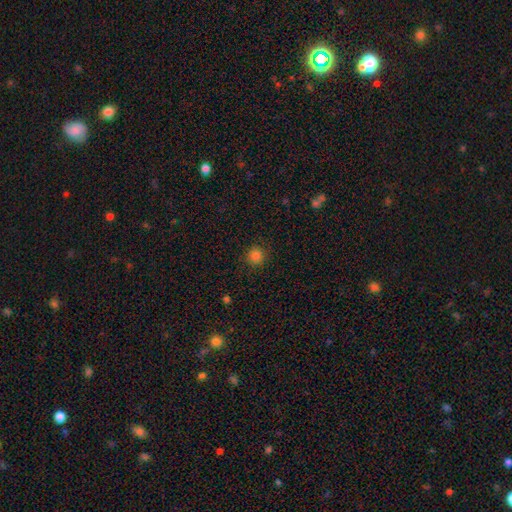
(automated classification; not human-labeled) Smooth or featured? Predicted: smooth (p=0.82). How rounded? Predicted: round (p=0.93). Merging? Predicted: none (p=0.91).